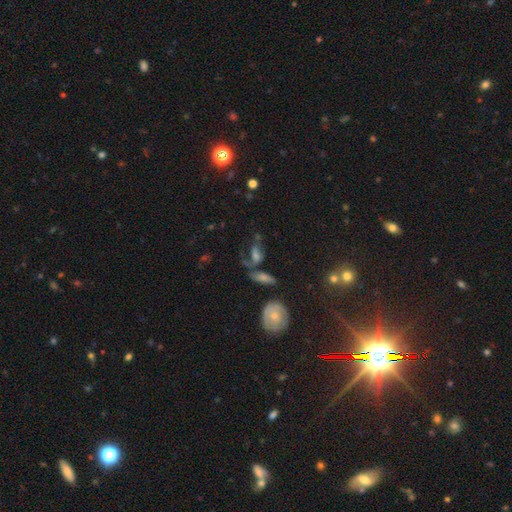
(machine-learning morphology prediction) type=featured or disk (45%); merging=none (44%).